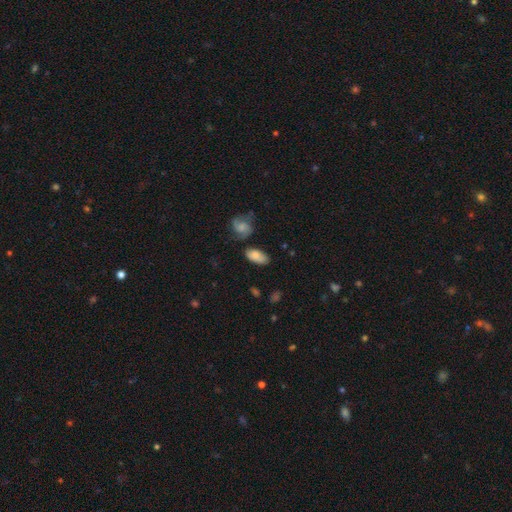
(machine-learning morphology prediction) smooth-or-featured: smooth: 80% | featured or disk: 12% | star or artifact: 8%
  how-rounded: in between: 91% | cigar-shaped: 5% | round: 4%
  merging: none: 65% | minor disturbance: 22% | merger: 7% | major disturbance: 6%